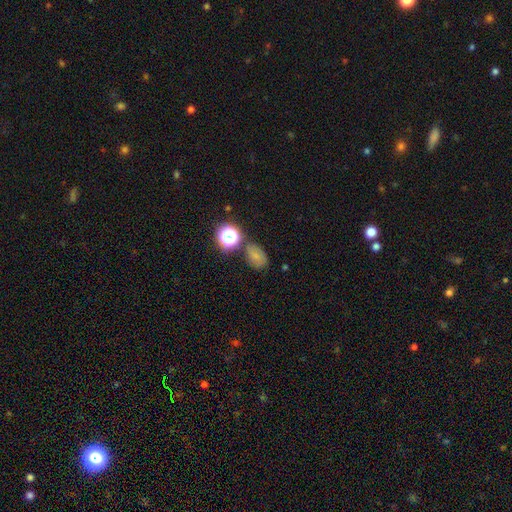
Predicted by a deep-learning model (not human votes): smooth_or_featured: smooth (p=0.66) [alt: star or artifact p=0.21]
how_rounded: in between (p=0.67) [alt: round p=0.32]
merging: none (p=0.63) [alt: minor disturbance p=0.20]